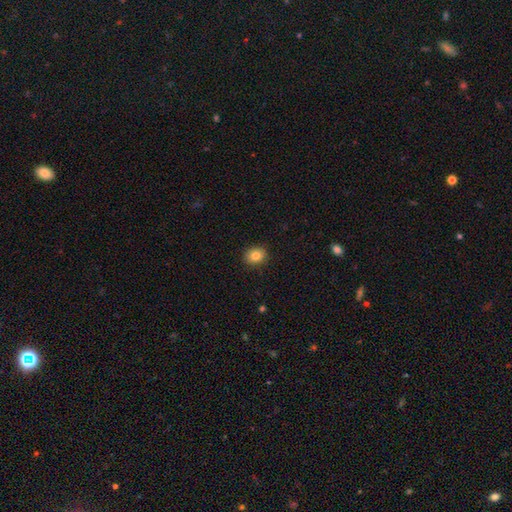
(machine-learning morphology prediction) Overall: smooth (82%). How rounded: round (62%; in between 37%). Merging: none (90%).